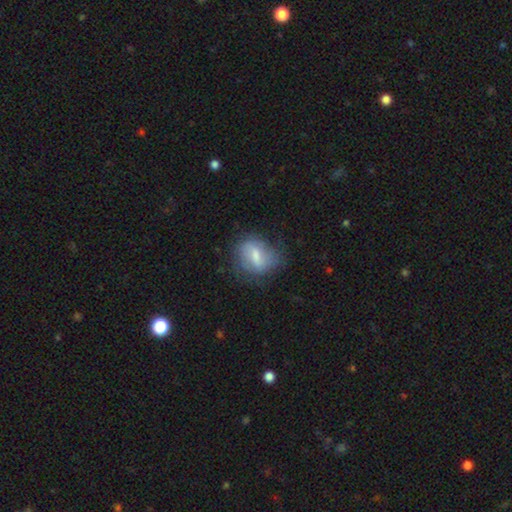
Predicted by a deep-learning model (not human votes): Q: Smooth or featured?
A: smooth (50%); runner-up: featured or disk (42%)
Q: Merging?
A: none (58%); runner-up: minor disturbance (27%)